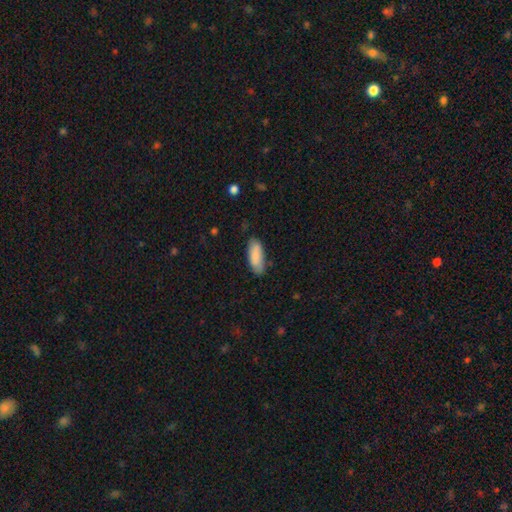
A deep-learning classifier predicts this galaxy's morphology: A smooth galaxy with no disk features (86%) that is in between round and cigar-shaped (76%). Merging: none (77%).